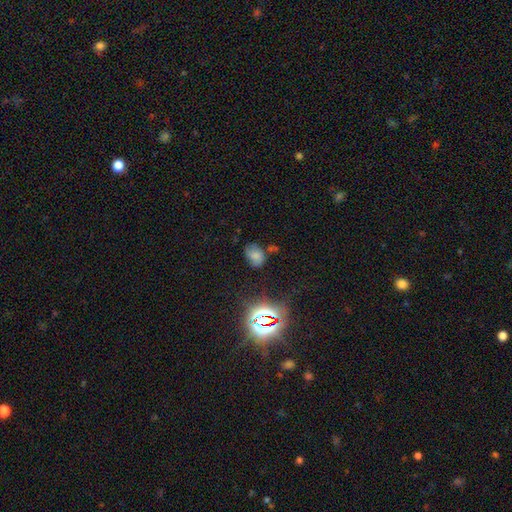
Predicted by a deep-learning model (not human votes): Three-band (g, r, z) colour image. It shows a smooth galaxy with no disk features (66%) that is in between round and cigar-shaped (73%). Merging: none (61%).